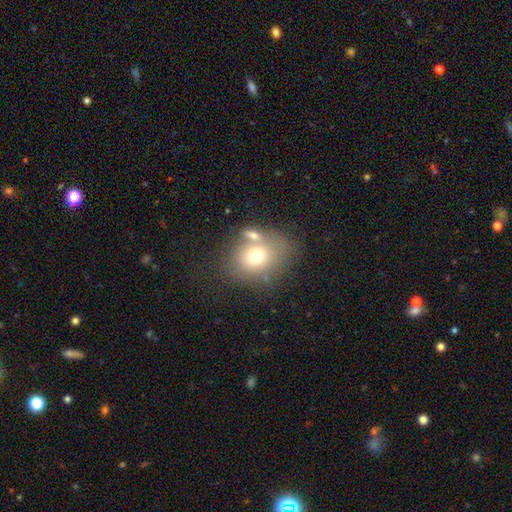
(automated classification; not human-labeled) Smooth or featured: smooth — 70% (featured or disk — 18%)
How rounded: round — 50% (in between — 49%)
Merging: none — 50% (merger — 27%)